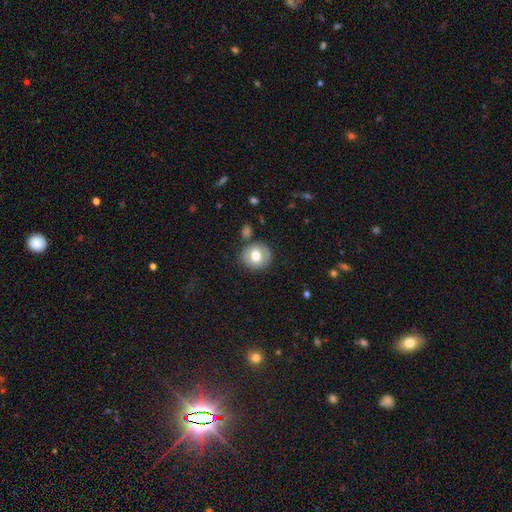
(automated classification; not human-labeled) Smooth or featured?
  - smooth: 69% *
  - featured or disk: 23%
  - star or artifact: 8%
How rounded?
  - round: 81% *
  - in between: 18%
  - cigar-shaped: 1%
Merging?
  - none: 80% *
  - minor disturbance: 12%
  - merger: 5%
  - major disturbance: 4%